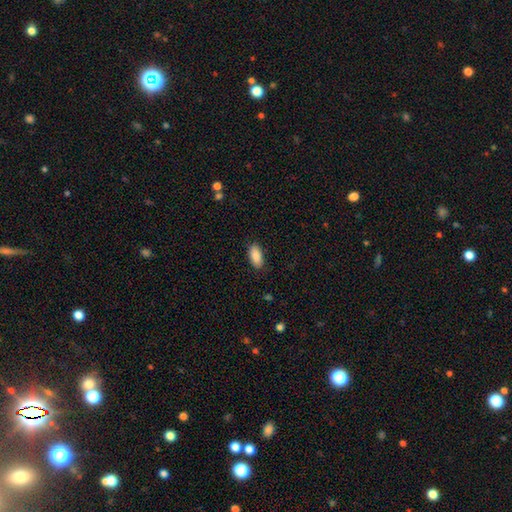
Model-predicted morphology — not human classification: Smooth or featured: smooth — 88% (star or artifact — 7%)
How rounded: in between — 91% (cigar-shaped — 7%)
Merging: none — 88% (minor disturbance — 9%)